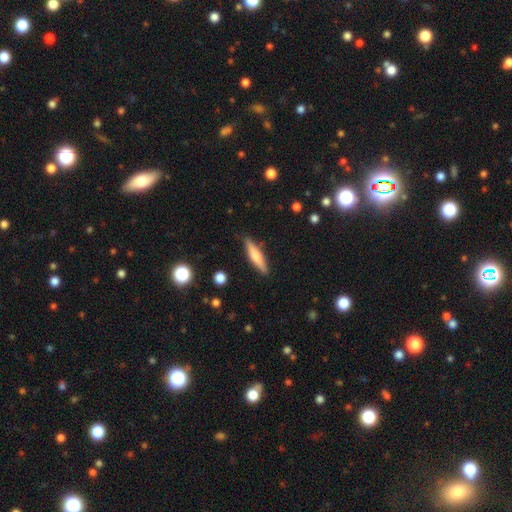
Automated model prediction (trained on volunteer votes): The model was most divided on "smooth or featured": smooth: 60%, featured or disk: 34%, star or artifact: 6%. More confident: merging — none (87%); how rounded — cigar-shaped (80%).